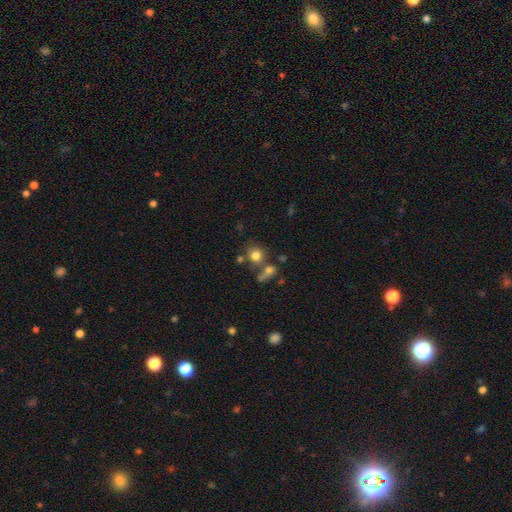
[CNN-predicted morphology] A smooth galaxy with no disk features (77%) that is round (81%).

Vote fractions:
- Smooth or featured? smooth: 77% / star or artifact: 12% / featured or disk: 10%
- How rounded? round: 81% / in between: 18% / cigar-shaped: 1%
- Merging? none: 57% / merger: 26% / minor disturbance: 11% / major disturbance: 6%